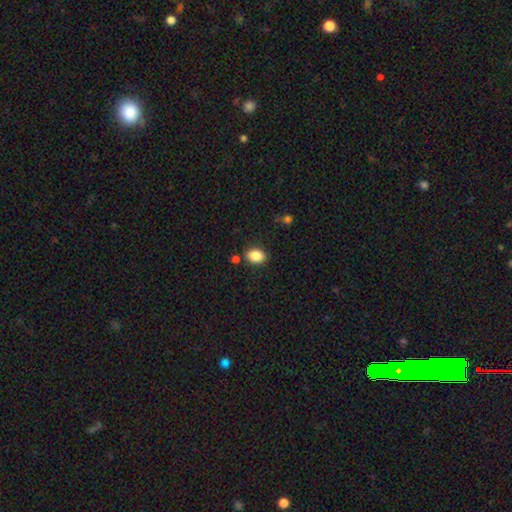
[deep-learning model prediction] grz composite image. It shows a smooth galaxy with no disk features (87%) that is in between round and cigar-shaped (76%). Merging: none (83%).